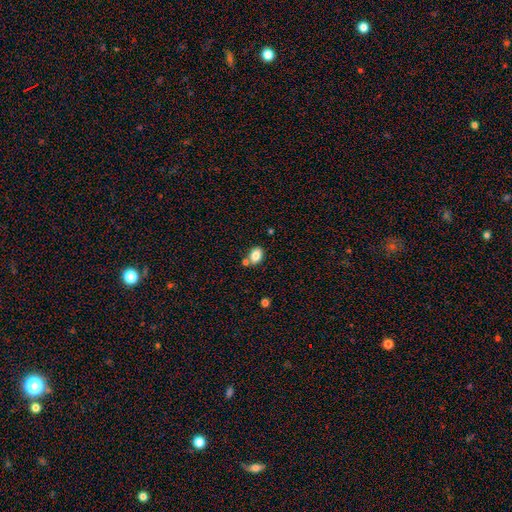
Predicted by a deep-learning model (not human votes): Q: Smooth or featured?
A: smooth (84%); runner-up: star or artifact (9%)
Q: How rounded?
A: in between (78%); runner-up: round (21%)
Q: Merging?
A: none (67%); runner-up: merger (18%)